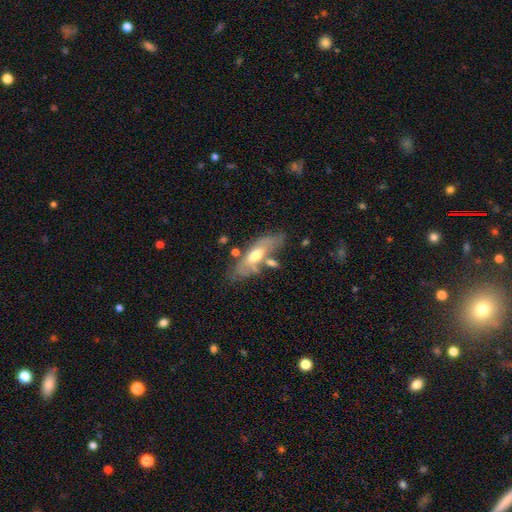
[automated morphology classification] A featured or disk galaxy (50%).

Vote fractions:
- Smooth or featured? featured or disk: 50% / smooth: 44% / star or artifact: 6%
- Edge-on disk? no: 59% / yes: 41%
- Merging? none: 56% / minor disturbance: 21% / merger: 15% / major disturbance: 8%